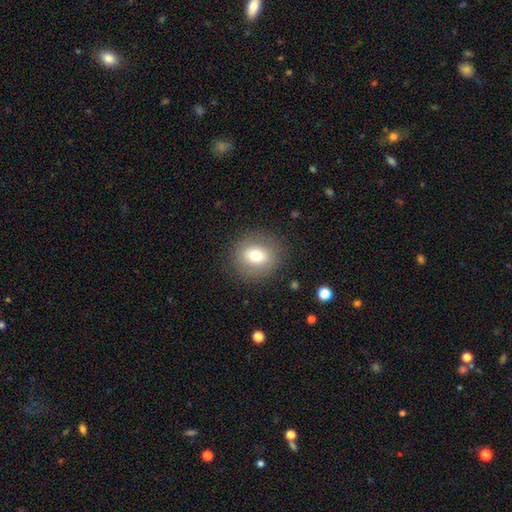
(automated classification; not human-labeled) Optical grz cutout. It shows a smooth galaxy with no disk features (71%) that is round (81%). Merging: none (86%).